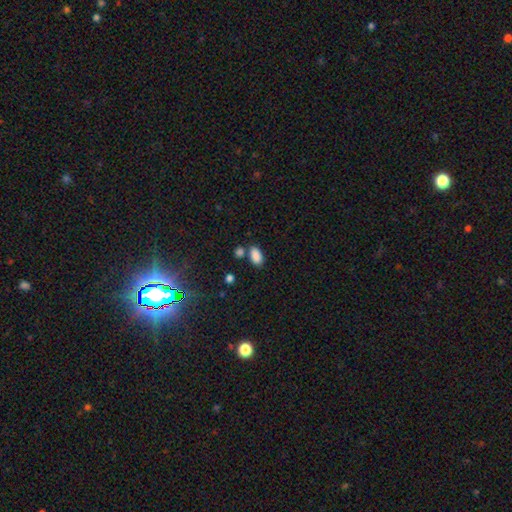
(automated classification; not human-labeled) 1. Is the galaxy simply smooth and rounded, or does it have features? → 87% smooth, 9% star or artifact, 4% featured or disk.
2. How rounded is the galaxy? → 93% in between, 5% round, 2% cigar-shaped.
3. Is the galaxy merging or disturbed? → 68% none, 17% merger, 12% minor disturbance, 4% major disturbance.